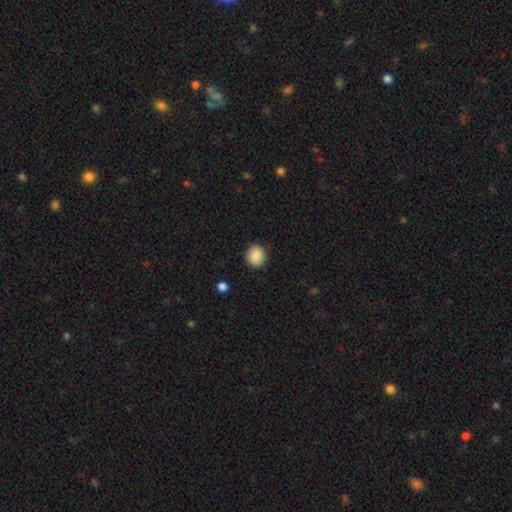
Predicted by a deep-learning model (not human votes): A smooth galaxy with no disk features (88%) that is round (83%). Merging: none (87%).